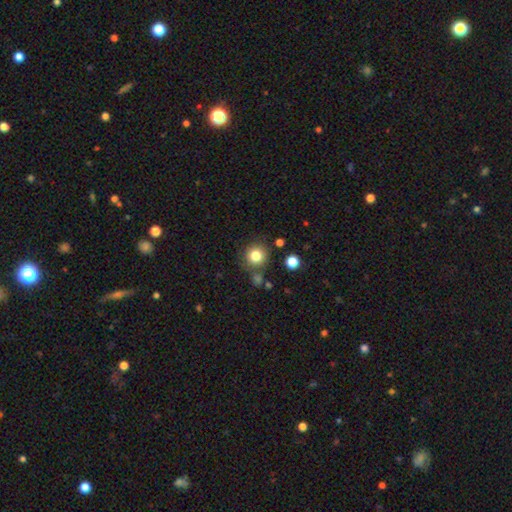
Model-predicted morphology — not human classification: The model was most divided on "merging": none: 80%, minor disturbance: 10%, merger: 7%, major disturbance: 3%. More confident: how rounded — round (92%); smooth or featured — smooth (82%).